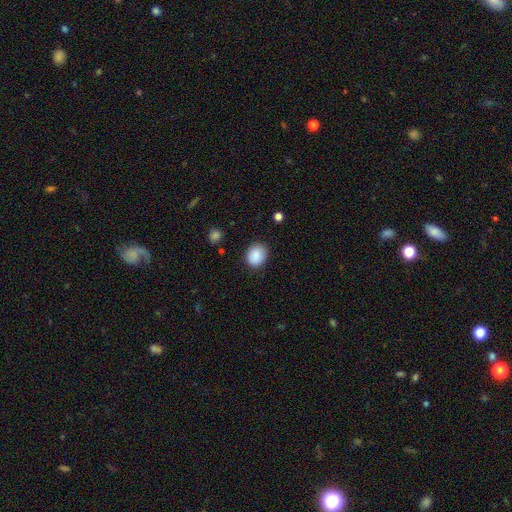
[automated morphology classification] A smooth galaxy with no disk features (89%) that is round (60%).

Vote fractions:
- Smooth or featured? smooth: 89% / star or artifact: 8% / featured or disk: 4%
- How rounded? round: 60% / in between: 39% / cigar-shaped: 1%
- Merging? none: 84% / minor disturbance: 12% / major disturbance: 3% / merger: 1%